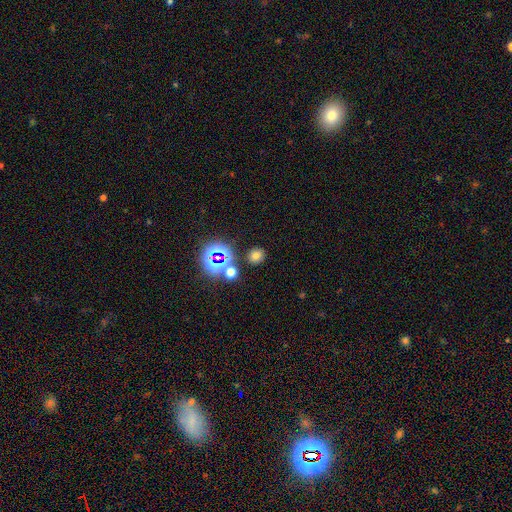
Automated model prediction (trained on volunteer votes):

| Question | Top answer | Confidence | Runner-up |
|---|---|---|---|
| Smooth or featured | smooth | 66% | star or artifact (26%) |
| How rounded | round | 83% | in between (16%) |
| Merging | none | 85% | minor disturbance (7%) |